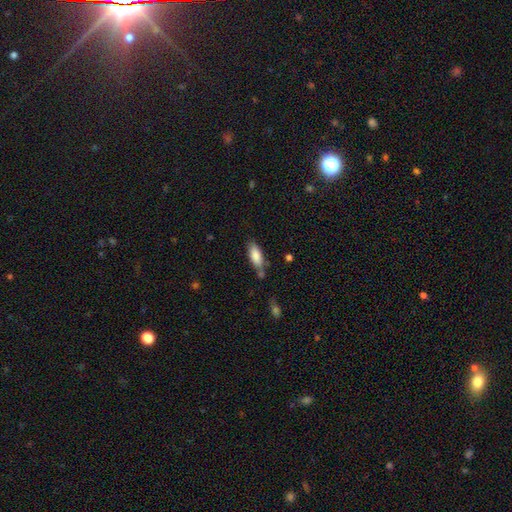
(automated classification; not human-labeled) smooth-or-featured: smooth: 85% | featured or disk: 9% | star or artifact: 6%
  how-rounded: in between: 75% | cigar-shaped: 23% | round: 2%
  merging: none: 66% | minor disturbance: 20% | merger: 9% | major disturbance: 5%